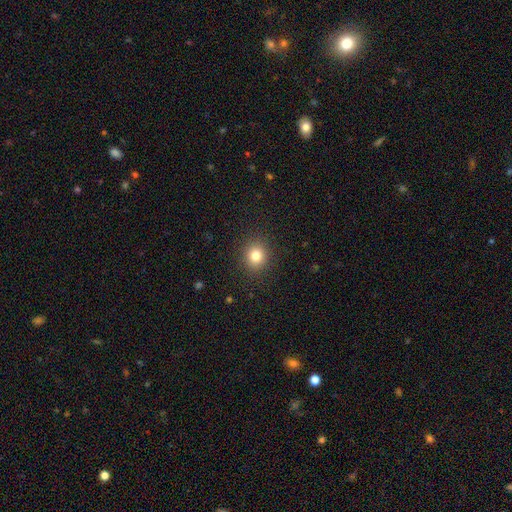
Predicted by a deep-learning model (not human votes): Smooth or featured? smooth (81%)
How rounded? round (82%)
Merging? none (90%)